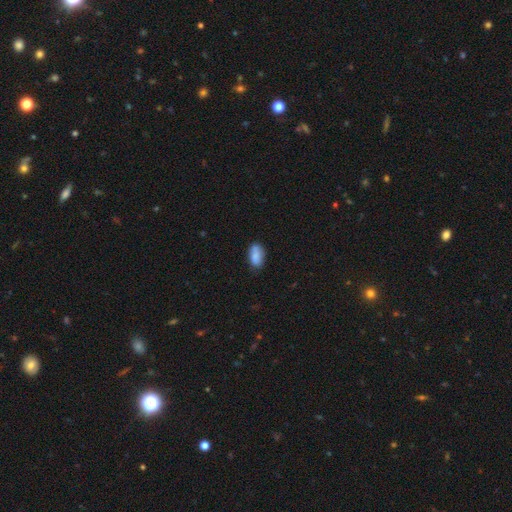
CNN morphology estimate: Smooth or featured? Predicted: smooth (p=0.83). How rounded? Predicted: in between (p=0.91). Merging? Predicted: none (p=0.70).